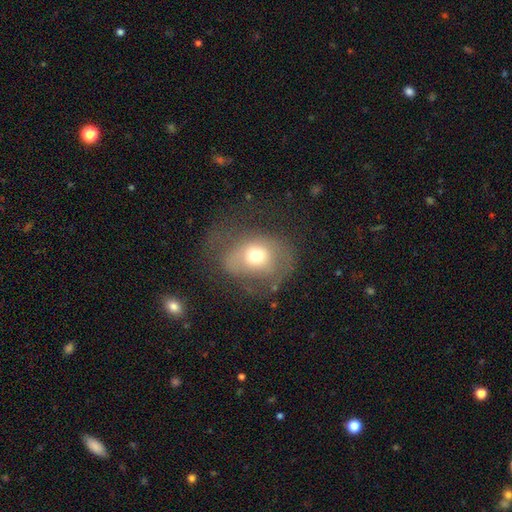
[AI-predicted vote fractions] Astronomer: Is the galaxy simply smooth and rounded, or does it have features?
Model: smooth — 60%.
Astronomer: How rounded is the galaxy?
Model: round — 50% (runner-up: in between, 49%).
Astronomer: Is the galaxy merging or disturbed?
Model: major disturbance — 38% (runner-up: none, 35%).